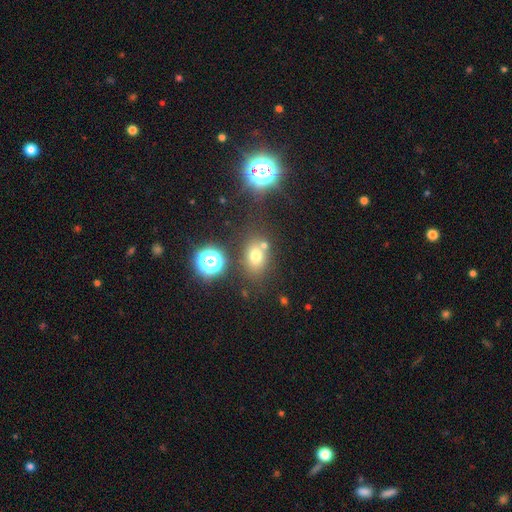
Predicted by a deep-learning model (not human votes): A smooth galaxy with no disk features (68%) that is in between round and cigar-shaped (61%).

Vote fractions:
- Smooth or featured? smooth: 68% / star or artifact: 20% / featured or disk: 12%
- How rounded? in between: 61% / round: 37% / cigar-shaped: 2%
- Merging? none: 70% / minor disturbance: 13% / merger: 12% / major disturbance: 5%